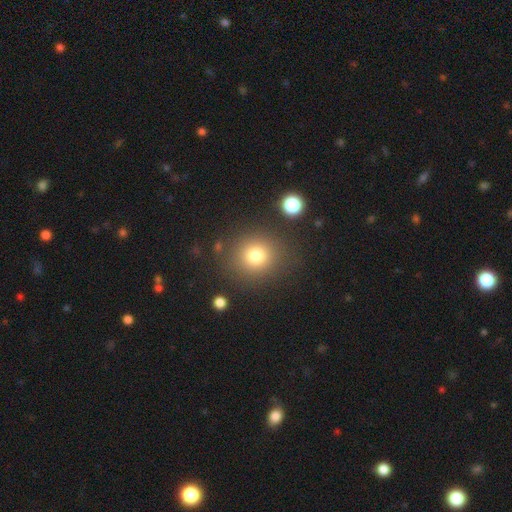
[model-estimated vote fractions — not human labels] Smooth or featured? smooth (78%)
How rounded? round (86%)
Merging? none (83%)